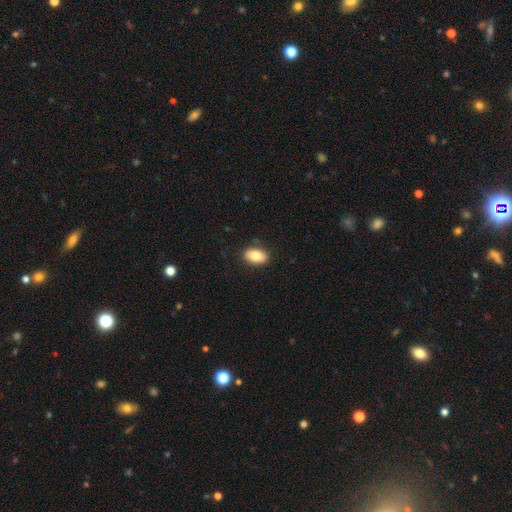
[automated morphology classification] Smooth or featured? Predicted: smooth (p=0.81). How rounded? Predicted: in between (p=0.89). Merging? Predicted: none (p=0.87).